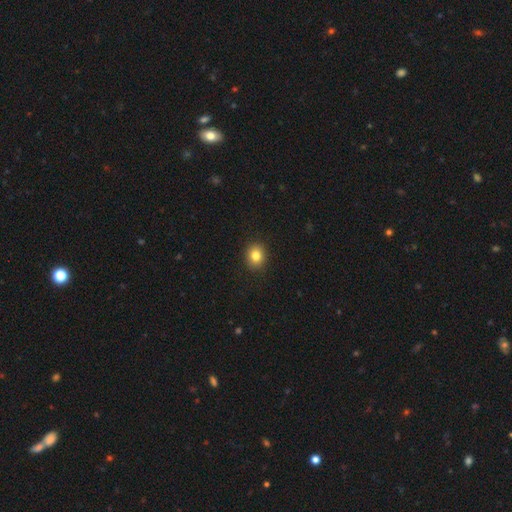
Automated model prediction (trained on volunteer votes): Overall: smooth (83%). How rounded: round (68%; in between 31%). Merging: none (91%).